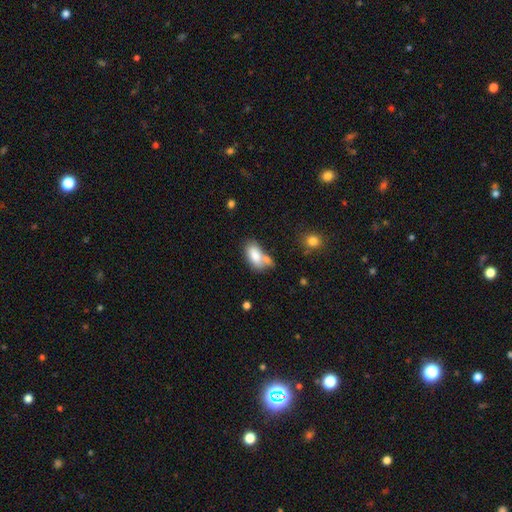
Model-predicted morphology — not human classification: Smooth or featured: smooth — 79% (featured or disk — 13%)
How rounded: in between — 92% (cigar-shaped — 4%)
Merging: none — 39% (merger — 32%)